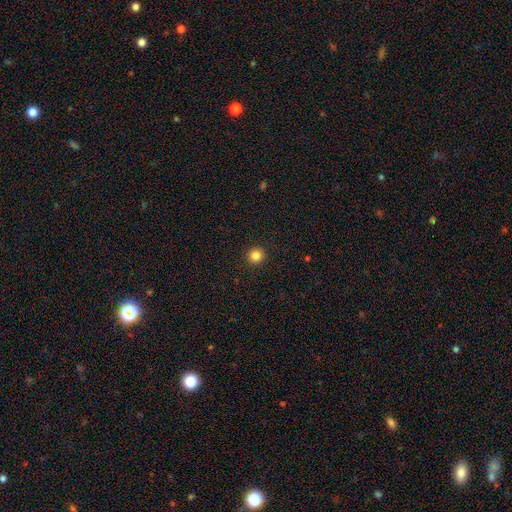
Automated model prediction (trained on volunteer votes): Smooth or featured? smooth (84%)
How rounded? round (93%)
Merging? none (93%)